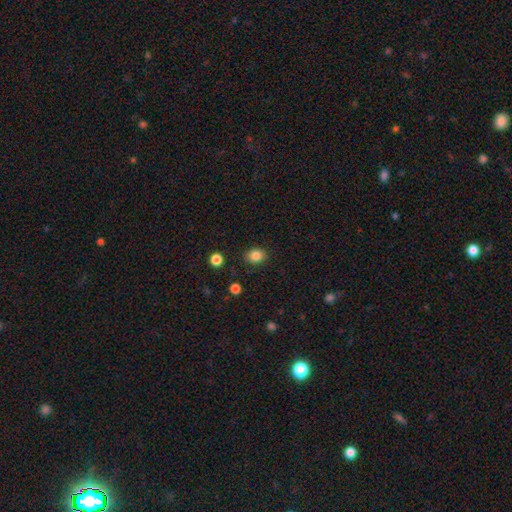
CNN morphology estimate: The model was most divided on "how rounded": round: 58%, in between: 41%, cigar-shaped: 1%. More confident: merging — none (86%); smooth or featured — smooth (85%).